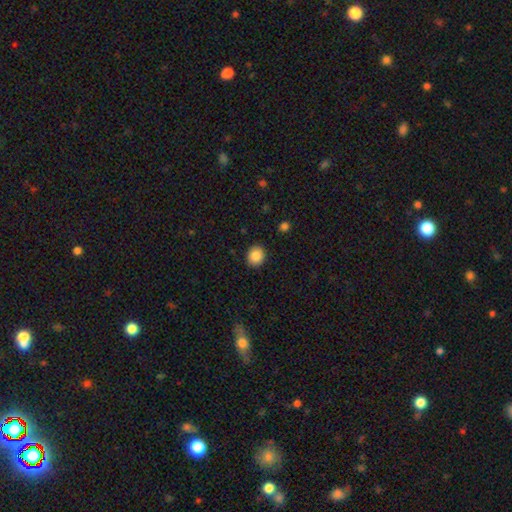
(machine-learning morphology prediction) smooth_or_featured: smooth (p=0.88) [alt: star or artifact p=0.08]
how_rounded: round (p=0.76) [alt: in between p=0.23]
merging: none (p=0.90) [alt: minor disturbance p=0.07]